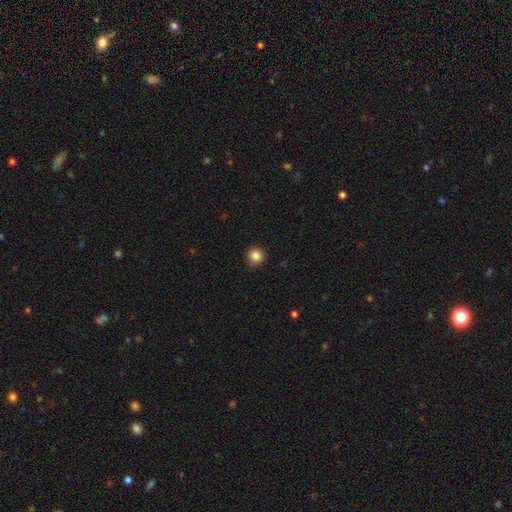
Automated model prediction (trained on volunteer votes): Overall: smooth (86%). How rounded: round (93%). Merging: none (88%).